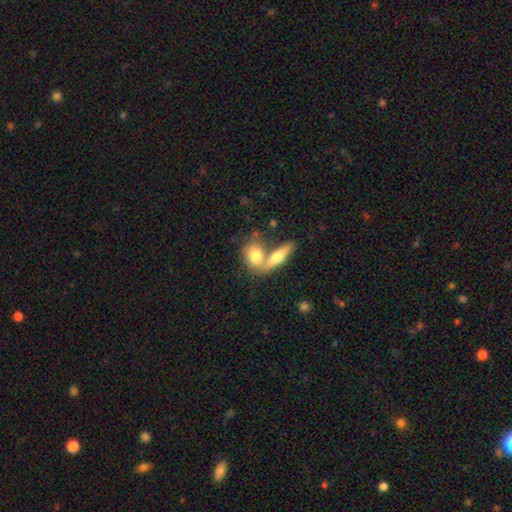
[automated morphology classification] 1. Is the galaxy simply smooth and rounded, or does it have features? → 71% smooth, 24% featured or disk, 6% star or artifact.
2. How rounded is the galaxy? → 66% in between, 20% round, 15% cigar-shaped.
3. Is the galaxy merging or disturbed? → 56% merger, 32% none, 8% minor disturbance, 4% major disturbance.